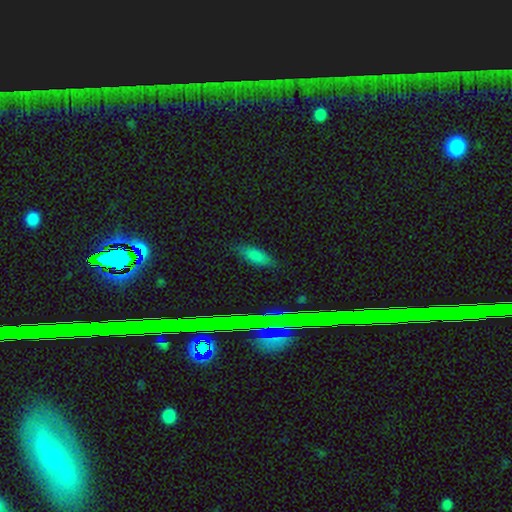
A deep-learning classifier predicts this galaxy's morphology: type=smooth (76%); roundness=in between (70%); merging=none (80%).